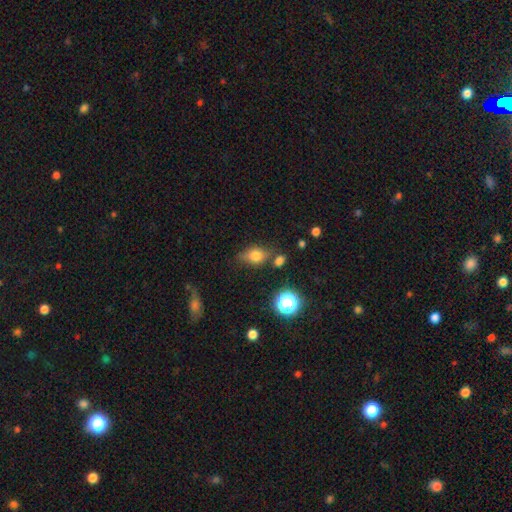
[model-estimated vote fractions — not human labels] Smooth or featured? Predicted: smooth (p=0.72). How rounded? Predicted: in between (p=0.64). Merging? Predicted: none (p=0.63).